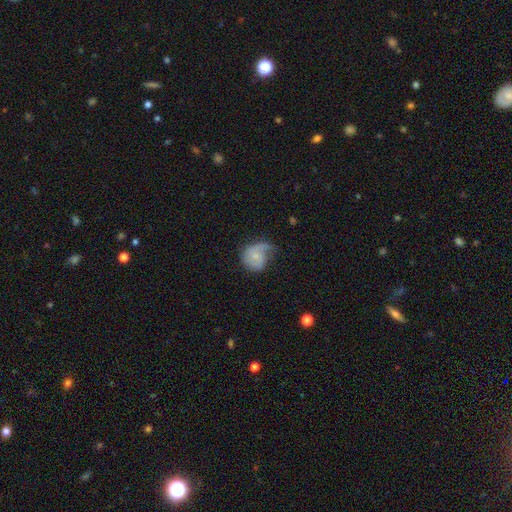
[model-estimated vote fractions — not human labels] A featured or disk galaxy (50%). Merging: minor disturbance (34%).